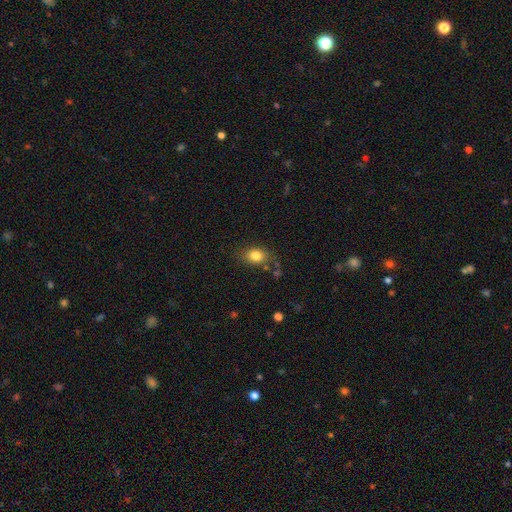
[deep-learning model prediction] Q: Smooth or featured?
A: smooth (82%); runner-up: star or artifact (10%)
Q: How rounded?
A: in between (67%); runner-up: round (32%)
Q: Merging?
A: none (76%); runner-up: minor disturbance (16%)